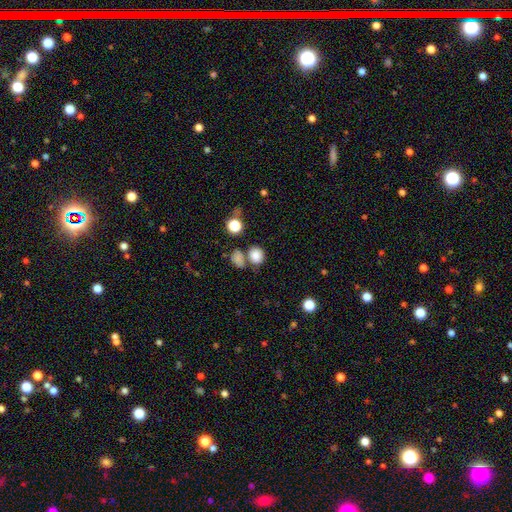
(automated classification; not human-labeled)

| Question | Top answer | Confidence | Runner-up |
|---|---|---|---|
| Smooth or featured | smooth | 82% | star or artifact (12%) |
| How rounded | round | 72% | in between (27%) |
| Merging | none | 60% | merger (23%) |